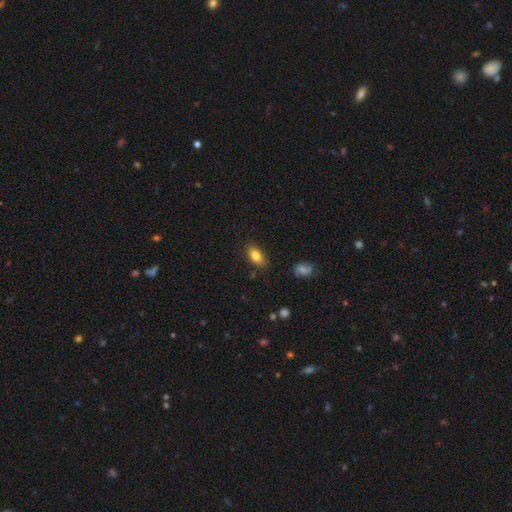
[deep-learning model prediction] Smooth or featured? Predicted: smooth (p=0.83). How rounded? Predicted: in between (p=0.88). Merging? Predicted: none (p=0.82).